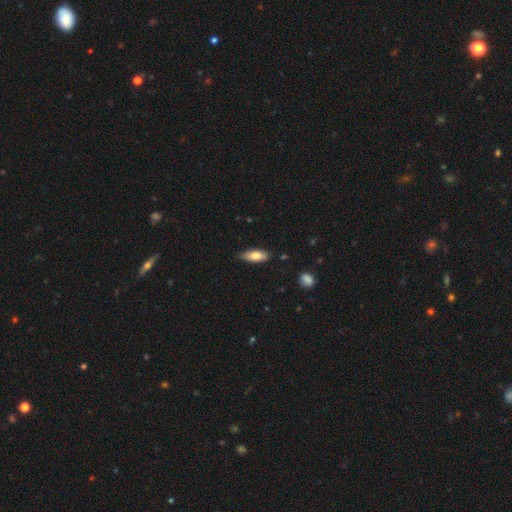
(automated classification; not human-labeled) This appears to be a smooth galaxy with no disk features (76%) that is in between round and cigar-shaped (77%). Merging: none (78%).